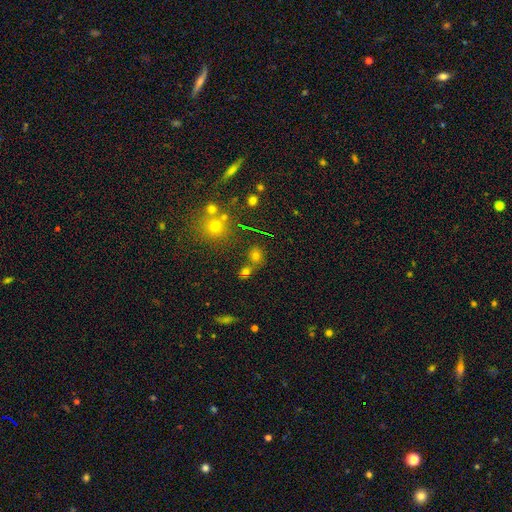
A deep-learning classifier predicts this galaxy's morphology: smooth 63%, star or artifact 26%, featured or disk 11%. Down the decision tree: how rounded — round (74%); merging — none (60%).